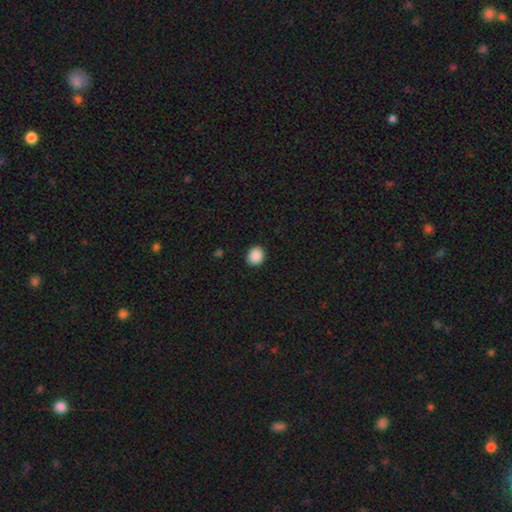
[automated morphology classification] Smooth or featured? smooth (89%)
How rounded? round (67%)
Merging? none (90%)